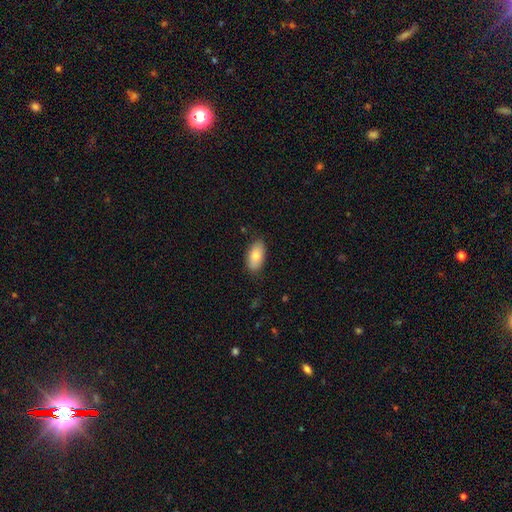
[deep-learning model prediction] smooth_or_featured: smooth (p=0.80) [alt: featured or disk p=0.13]
how_rounded: in between (p=0.93) [alt: round p=0.04]
merging: none (p=0.83) [alt: minor disturbance p=0.13]